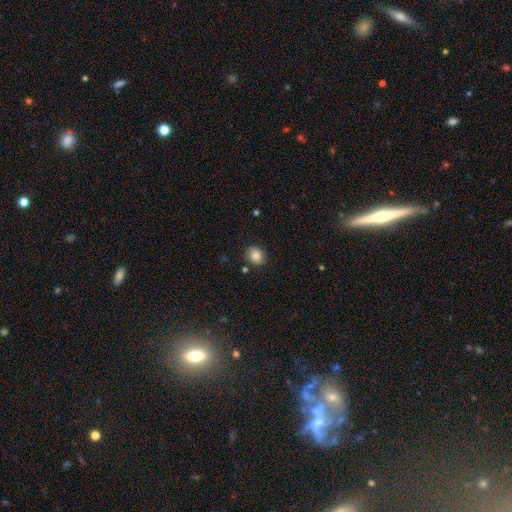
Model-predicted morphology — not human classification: Smooth or featured?
  - smooth: 85% *
  - star or artifact: 9%
  - featured or disk: 5%
How rounded?
  - round: 69% *
  - in between: 30%
  - cigar-shaped: 1%
Merging?
  - none: 84% *
  - minor disturbance: 11%
  - major disturbance: 3%
  - merger: 3%